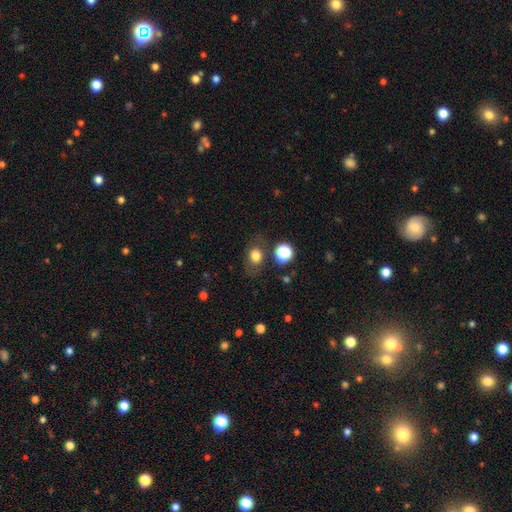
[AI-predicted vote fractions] smooth-or-featured: smooth: 76% | star or artifact: 12% | featured or disk: 11%
  how-rounded: in between: 54% | round: 45% | cigar-shaped: 1%
  merging: none: 71% | minor disturbance: 16% | major disturbance: 8% | merger: 5%